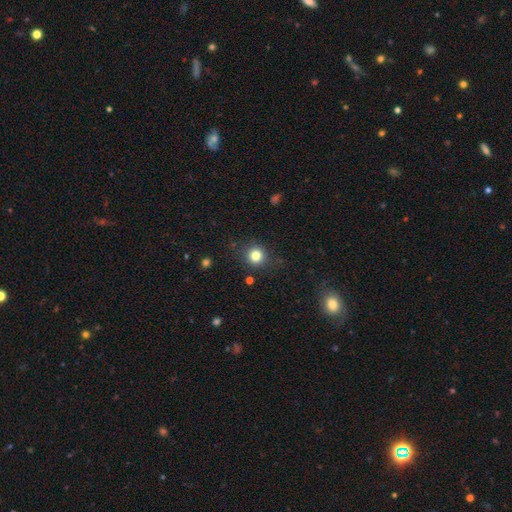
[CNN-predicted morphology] Smooth or featured?
  - smooth: 82% *
  - star or artifact: 13%
  - featured or disk: 6%
How rounded?
  - round: 91% *
  - in between: 8%
  - cigar-shaped: 1%
Merging?
  - none: 86% *
  - minor disturbance: 9%
  - major disturbance: 3%
  - merger: 2%